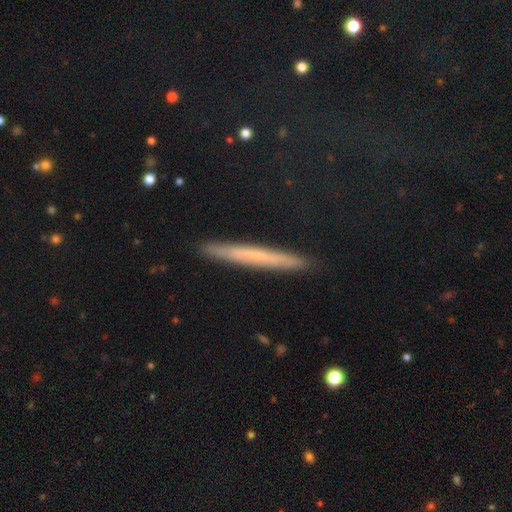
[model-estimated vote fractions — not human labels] Q: Smooth or featured?
A: smooth (48%); runner-up: featured or disk (42%)
Q: Merging?
A: none (91%); runner-up: minor disturbance (7%)